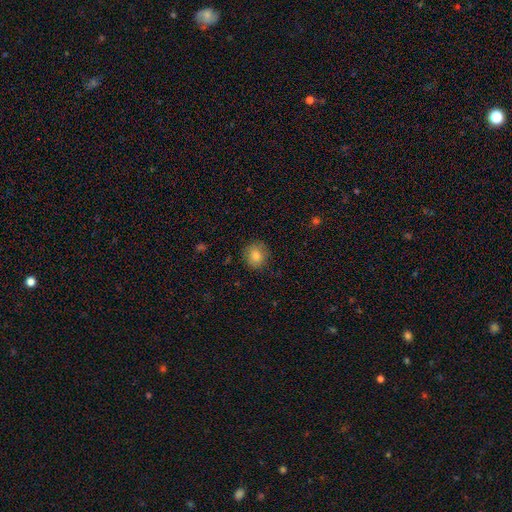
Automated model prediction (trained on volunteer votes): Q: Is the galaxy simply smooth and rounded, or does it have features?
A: smooth — 81%.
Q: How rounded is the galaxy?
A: round — 88%.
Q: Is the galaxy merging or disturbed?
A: none — 87%.